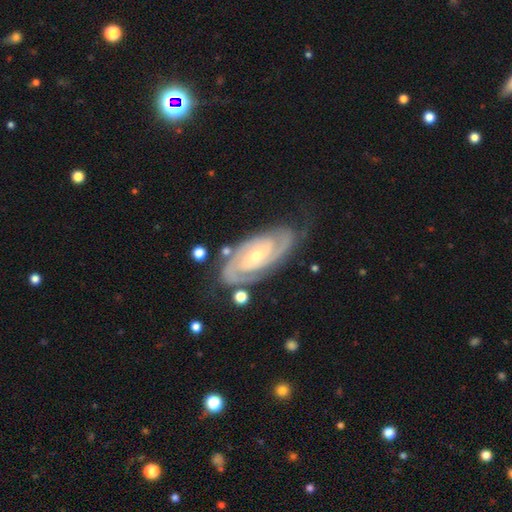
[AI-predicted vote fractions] Smooth or featured? Predicted: featured or disk (p=0.91). Edge-on disk? Predicted: no (p=0.95). Bar? Predicted: no (p=0.51). Spiral arms? Predicted: yes (p=0.98). Spiral winding? Predicted: tight (p=0.76). Spiral arm count? Predicted: 2 (p=0.70). Bulge size? Predicted: small (p=0.64). Merging? Predicted: none (p=0.76).